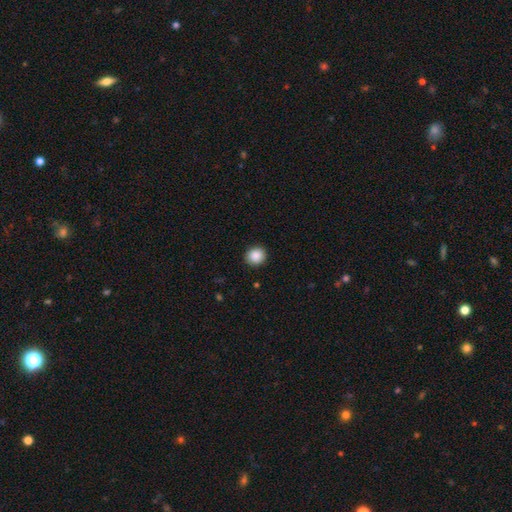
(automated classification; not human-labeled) This is clearly a smooth galaxy (89%). How rounded: clearly round (86%). Merging: clearly none (91%).